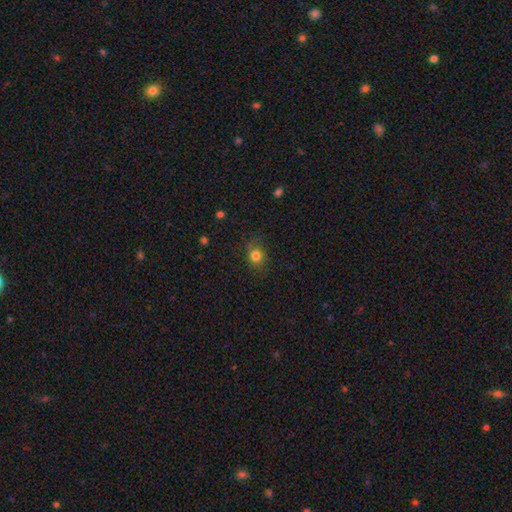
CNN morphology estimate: Q: Smooth or featured?
A: smooth (79%); runner-up: star or artifact (13%)
Q: How rounded?
A: round (70%); runner-up: in between (29%)
Q: Merging?
A: none (76%); runner-up: minor disturbance (17%)